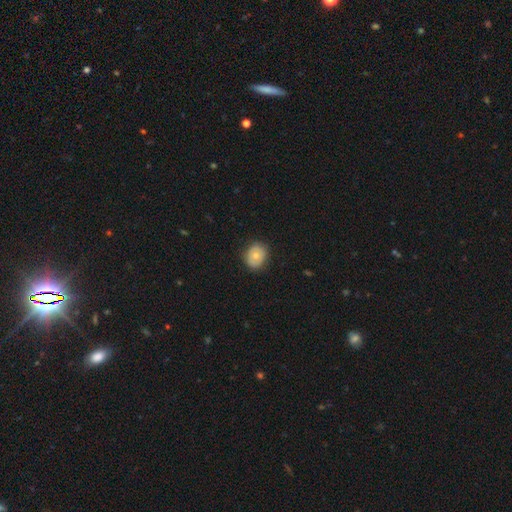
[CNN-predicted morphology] Smooth or featured? Predicted: smooth (p=0.64). How rounded? Predicted: round (p=0.57). Merging? Predicted: none (p=0.82).